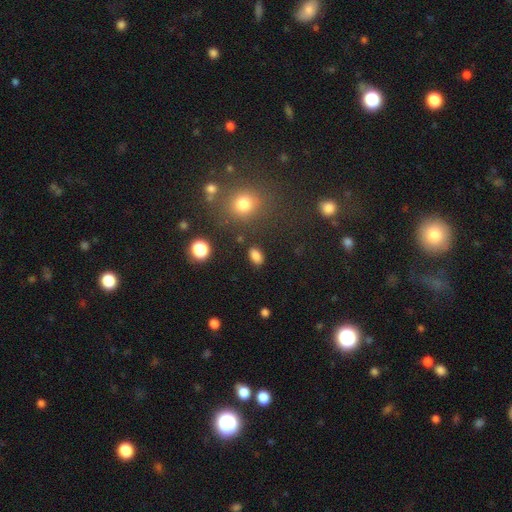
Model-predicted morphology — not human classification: The model was most divided on "smooth or featured": smooth: 83%, star or artifact: 12%, featured or disk: 5%. More confident: how rounded — in between (87%); merging — none (86%).